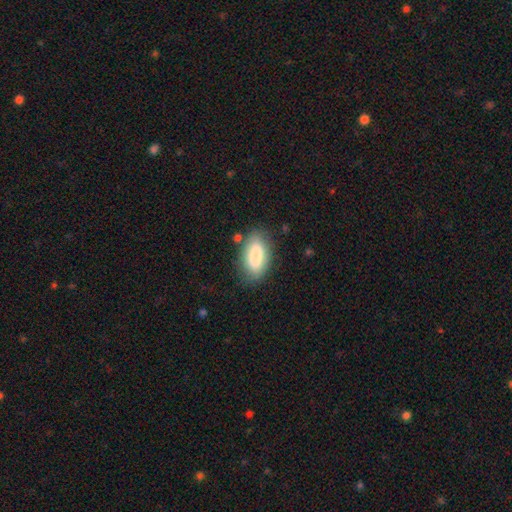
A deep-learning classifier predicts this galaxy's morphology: type=smooth (83%); roundness=in between (90%); merging=none (77%).